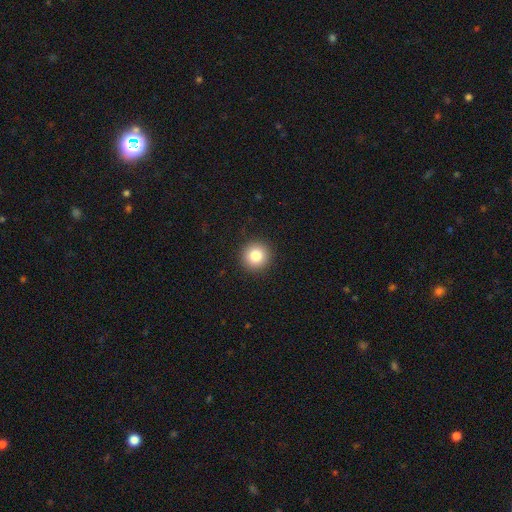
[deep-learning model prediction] smooth_or_featured: smooth (p=0.84) [alt: star or artifact p=0.10]
how_rounded: round (p=0.95) [alt: in between p=0.05]
merging: none (p=0.92) [alt: minor disturbance p=0.05]